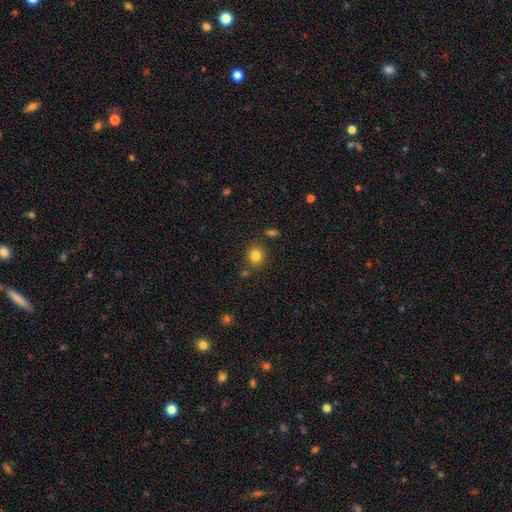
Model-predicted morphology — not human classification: The model was most divided on "how rounded": round: 72%, in between: 27%, cigar-shaped: 1%. More confident: smooth or featured — smooth (82%); merging — none (79%).